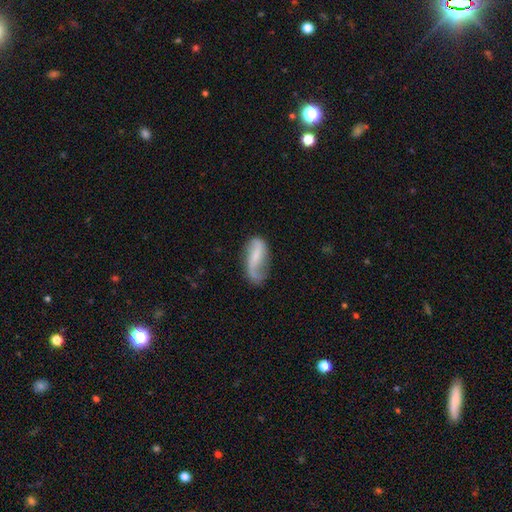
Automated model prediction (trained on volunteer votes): This is likely a featured or disk galaxy (62%). It is clearly not viewed edge-on (94%). Bar: marginally weak (39%). Spiral arm pattern: clearly yes (87%). Spiral arm count: likely 2 (75%). Spiral winding: likely loose (75%). Central bulge: marginally none (38%, tied with small). Merging: possibly none (53%).